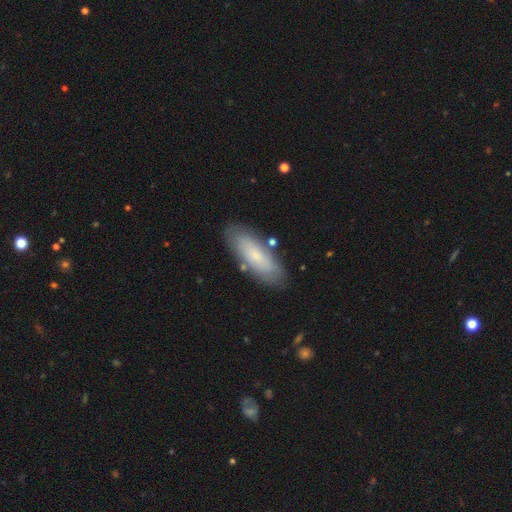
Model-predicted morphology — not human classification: type=smooth (69%); roundness=in between (66%); merging=none (81%).